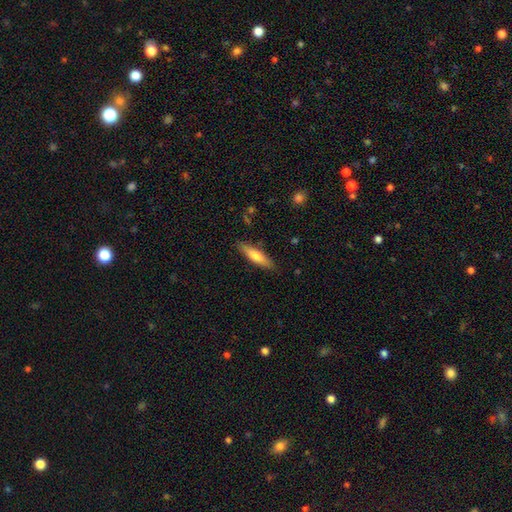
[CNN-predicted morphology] type=smooth (68%); roundness=cigar-shaped (74%); merging=none (86%).